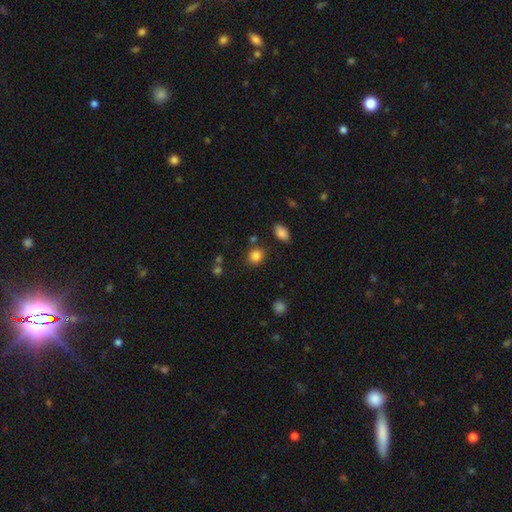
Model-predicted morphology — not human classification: smooth_or_featured: smooth (p=0.85) [alt: star or artifact p=0.11]
how_rounded: round (p=0.78) [alt: in between p=0.21]
merging: none (p=0.81) [alt: minor disturbance p=0.10]